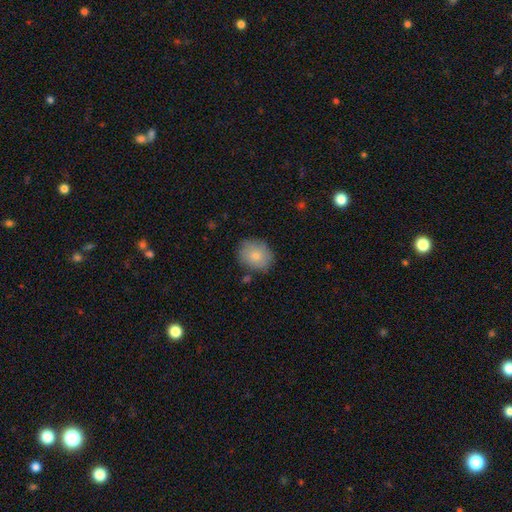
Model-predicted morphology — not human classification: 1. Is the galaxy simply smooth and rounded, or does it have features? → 80% smooth, 13% featured or disk, 7% star or artifact.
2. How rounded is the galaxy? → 60% round, 39% in between, 1% cigar-shaped.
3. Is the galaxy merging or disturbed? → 78% none, 16% minor disturbance, 4% major disturbance, 3% merger.